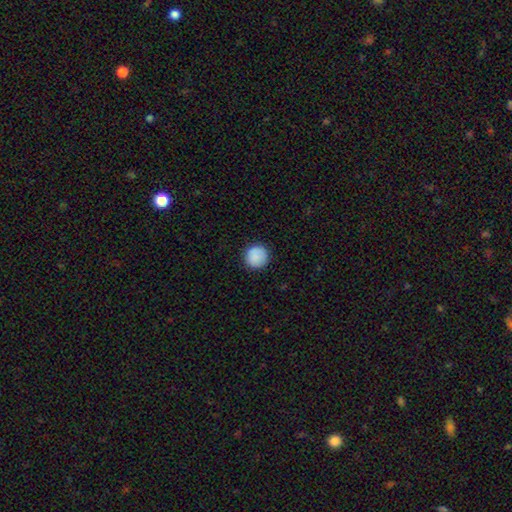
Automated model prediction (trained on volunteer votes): Smooth or featured?
  - smooth: 89% *
  - star or artifact: 7%
  - featured or disk: 4%
How rounded?
  - round: 95% *
  - in between: 4%
  - cigar-shaped: 1%
Merging?
  - none: 90% *
  - minor disturbance: 7%
  - major disturbance: 2%
  - merger: 1%